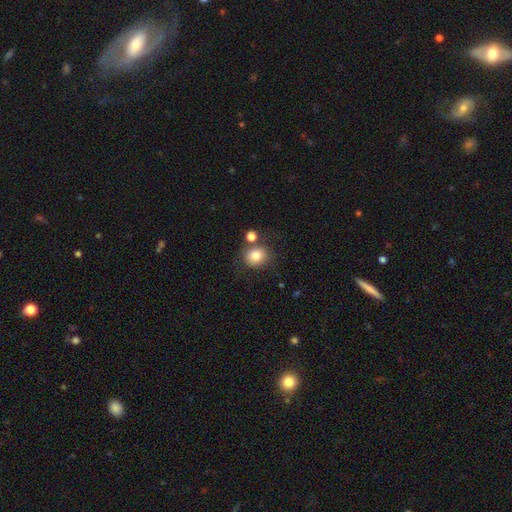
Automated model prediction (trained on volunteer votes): smooth_or_featured: smooth (p=0.81) [alt: star or artifact p=0.11]
how_rounded: round (p=0.82) [alt: in between p=0.17]
merging: none (p=0.68) [alt: merger p=0.16]